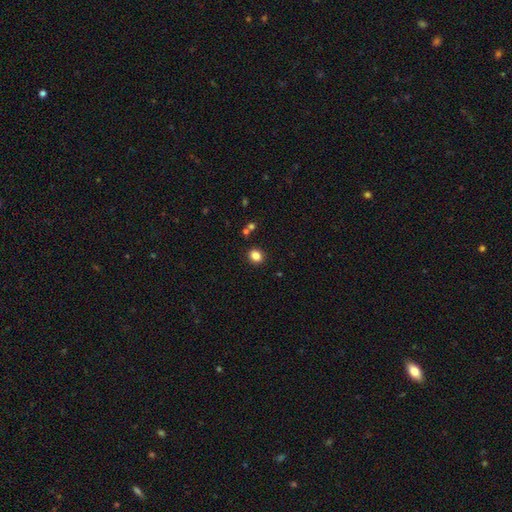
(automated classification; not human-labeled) A smooth galaxy with no disk features (84%) that is round (68%). Merging: none (88%).